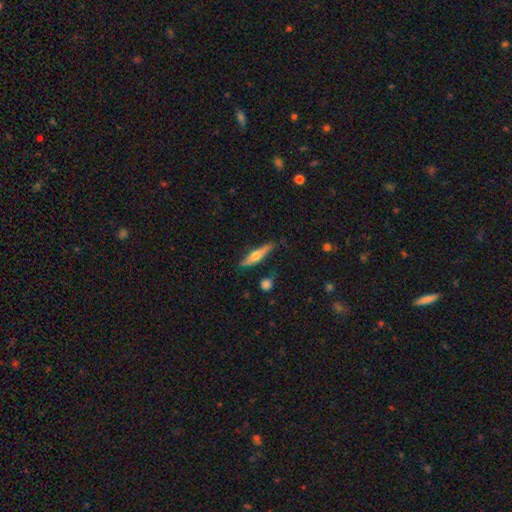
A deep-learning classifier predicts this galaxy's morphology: Smooth or featured? Predicted: featured or disk (p=0.48). Merging? Predicted: none (p=0.78).